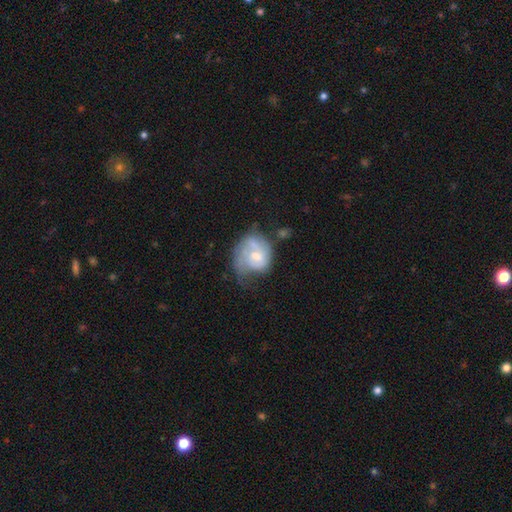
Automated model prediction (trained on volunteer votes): Smooth or featured? Predicted: featured or disk (p=0.53). Edge-on disk? Predicted: no (p=0.98). Bar? Predicted: no (p=0.59). Spiral arms? Predicted: yes (p=0.66). Bulge size? Predicted: moderate (p=0.48). Merging? Predicted: none (p=0.31).